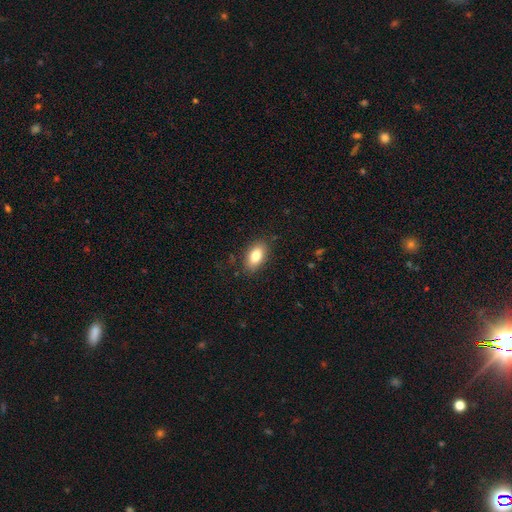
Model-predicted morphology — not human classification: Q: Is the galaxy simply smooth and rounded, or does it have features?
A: smooth — 82%.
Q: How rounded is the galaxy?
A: in between — 91%.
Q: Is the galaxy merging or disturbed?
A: none — 85%.